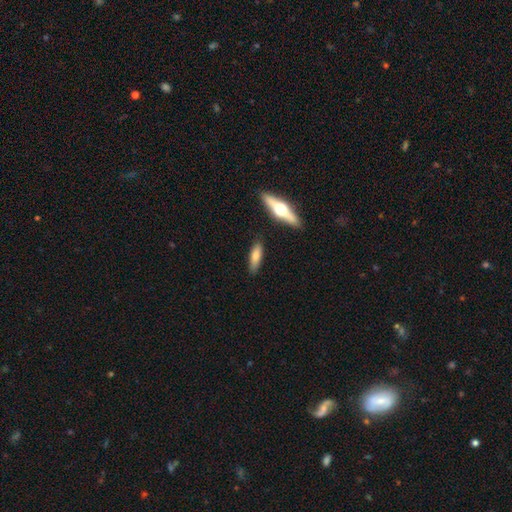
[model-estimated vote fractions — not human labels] smooth_or_featured: smooth (p=0.67) [alt: featured or disk p=0.27]
how_rounded: cigar-shaped (p=0.61) [alt: in between p=0.37]
merging: none (p=0.83) [alt: minor disturbance p=0.11]